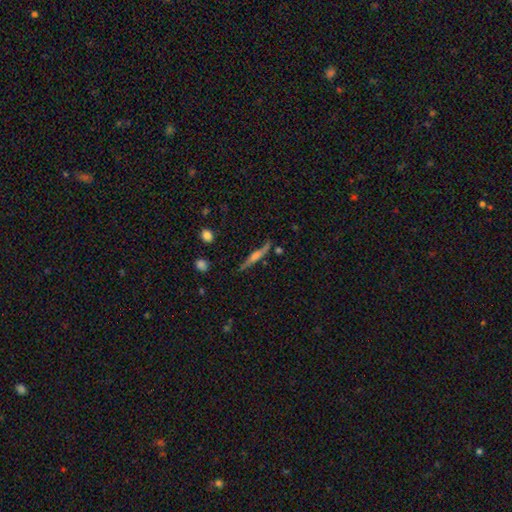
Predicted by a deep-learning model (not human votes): A featured or disk galaxy (67%) viewed edge-on (96%) with a rounded central bulge (67%).

Vote fractions:
- Smooth or featured? featured or disk: 67% / smooth: 26% / star or artifact: 8%
- Edge-on disk? yes: 96% / no: 4%
- Edge-on bulge? rounded: 67% / boxy: 19% / none: 14%
- Merging? none: 81% / minor disturbance: 12% / merger: 3% / major disturbance: 3%